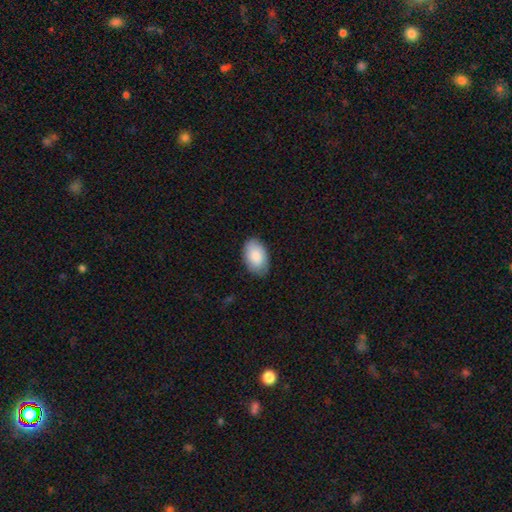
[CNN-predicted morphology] A smooth galaxy with no disk features (86%) that is in between round and cigar-shaped (93%).

Vote fractions:
- Smooth or featured? smooth: 86% / featured or disk: 8% / star or artifact: 6%
- How rounded? in between: 93% / round: 6% / cigar-shaped: 1%
- Merging? none: 80% / minor disturbance: 16% / major disturbance: 3% / merger: 1%